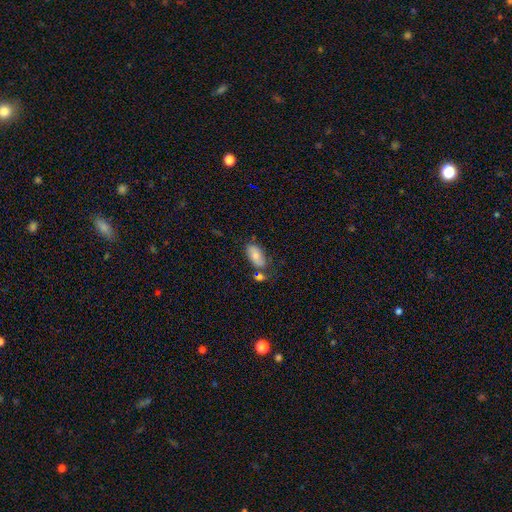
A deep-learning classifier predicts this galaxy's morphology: smooth 72%, featured or disk 21%, star or artifact 8%. Down the decision tree: how rounded — in between (93%); merging — none (60%).